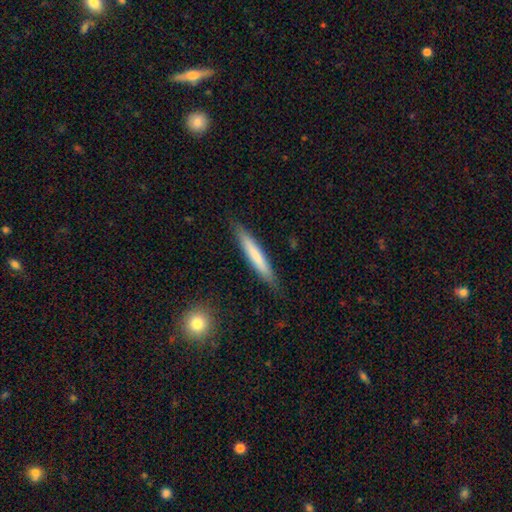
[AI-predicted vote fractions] A smooth galaxy with no disk features (69%) that is cigar-shaped (94%). Merging: none (88%).